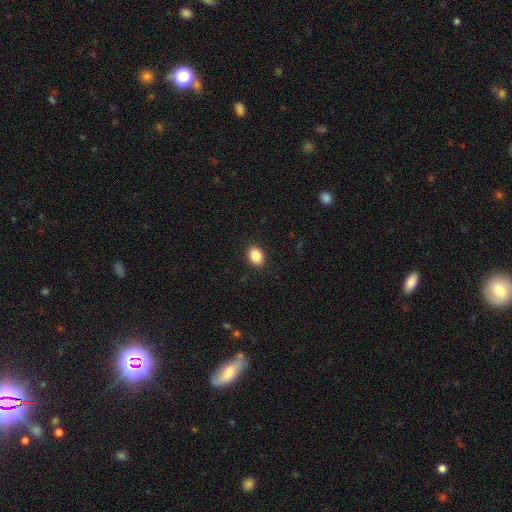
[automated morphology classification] The model was most divided on "how rounded": in between: 68%, round: 31%, cigar-shaped: 1%. More confident: merging — none (90%); smooth or featured — smooth (87%).